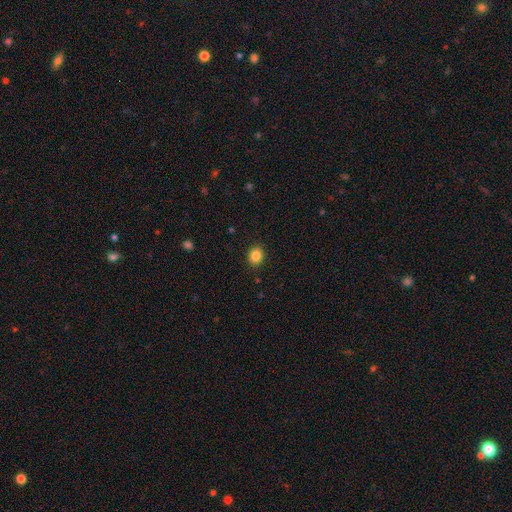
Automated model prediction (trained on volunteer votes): smooth-or-featured: smooth: 86% | star or artifact: 10% | featured or disk: 4%
  how-rounded: round: 69% | in between: 30% | cigar-shaped: 1%
  merging: none: 90% | minor disturbance: 7% | major disturbance: 2% | merger: 1%